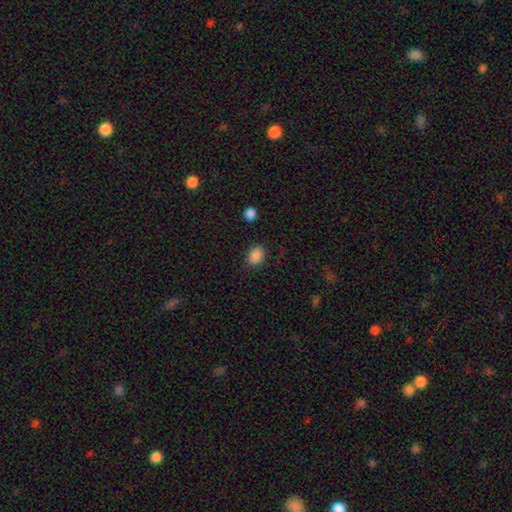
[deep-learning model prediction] The model was most divided on "how rounded": in between: 62%, round: 37%, cigar-shaped: 1%. More confident: smooth or featured — smooth (87%); merging — none (82%).